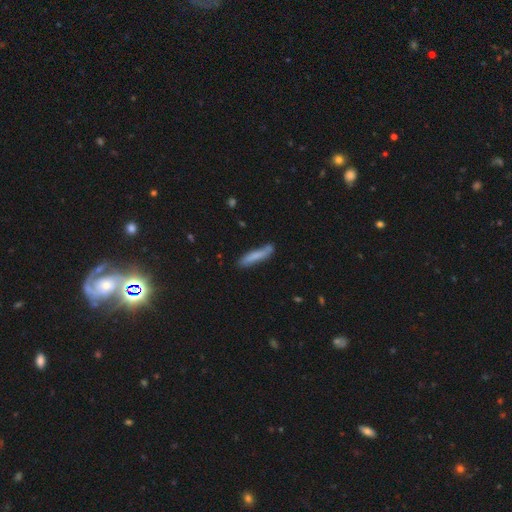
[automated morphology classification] smooth-or-featured: smooth: 72% | featured or disk: 22% | star or artifact: 6%
  how-rounded: cigar-shaped: 89% | in between: 9% | round: 1%
  merging: none: 74% | minor disturbance: 18% | merger: 4% | major disturbance: 4%